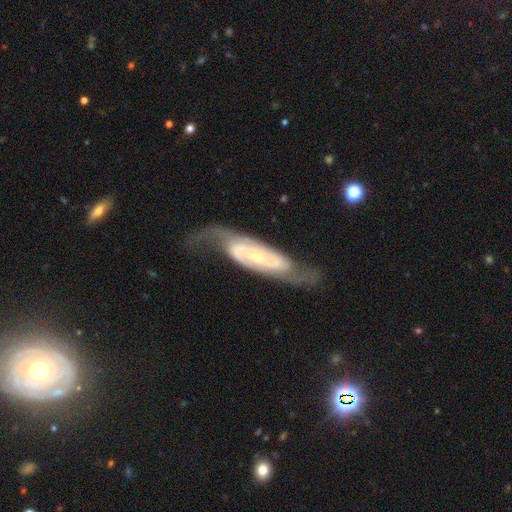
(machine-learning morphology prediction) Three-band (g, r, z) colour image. It shows a featured or disk galaxy (87%) with no bar (43%), 2 (86%) medium (45%) spiral arms (96%) and a small central bulge (74%). Merging: none (68%).